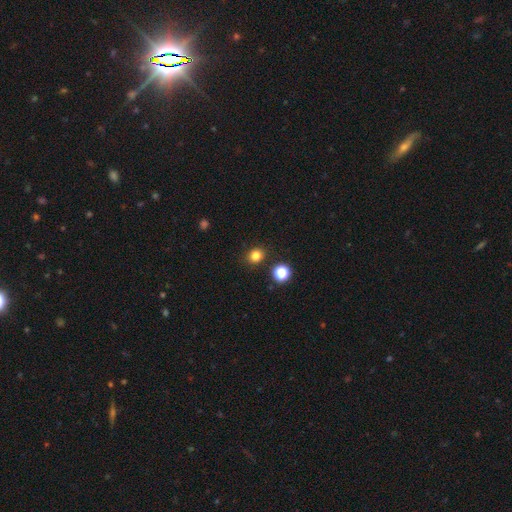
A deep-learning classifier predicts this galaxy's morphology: Smooth or featured?
  - smooth: 81% *
  - star or artifact: 15%
  - featured or disk: 5%
How rounded?
  - round: 79% *
  - in between: 20%
  - cigar-shaped: 1%
Merging?
  - none: 87% *
  - minor disturbance: 7%
  - merger: 3%
  - major disturbance: 2%